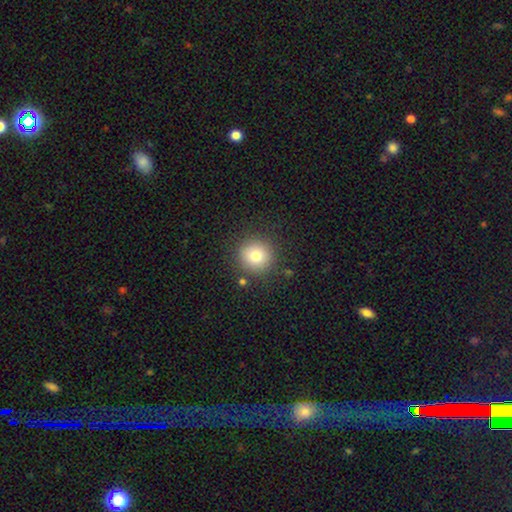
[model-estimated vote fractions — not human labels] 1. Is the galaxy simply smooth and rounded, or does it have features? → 79% smooth, 12% star or artifact, 9% featured or disk.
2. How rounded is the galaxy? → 93% round, 6% in between, 1% cigar-shaped.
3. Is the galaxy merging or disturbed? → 87% none, 8% minor disturbance, 3% major disturbance, 2% merger.